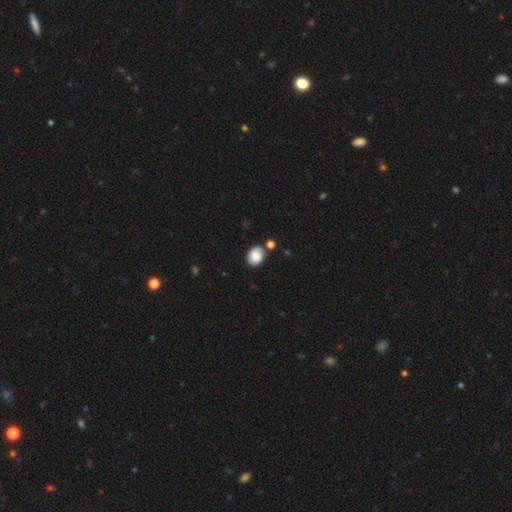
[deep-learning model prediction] Smooth or featured: smooth — 86% (star or artifact — 8%)
How rounded: in between — 66% (round — 33%)
Merging: none — 76% (minor disturbance — 12%)